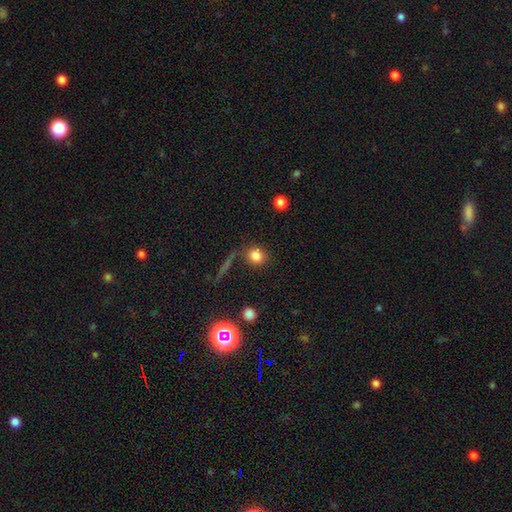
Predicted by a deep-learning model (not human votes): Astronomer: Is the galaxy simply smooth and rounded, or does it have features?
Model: smooth — 81%.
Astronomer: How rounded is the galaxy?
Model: round — 81%.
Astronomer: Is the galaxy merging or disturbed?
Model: none — 77%.